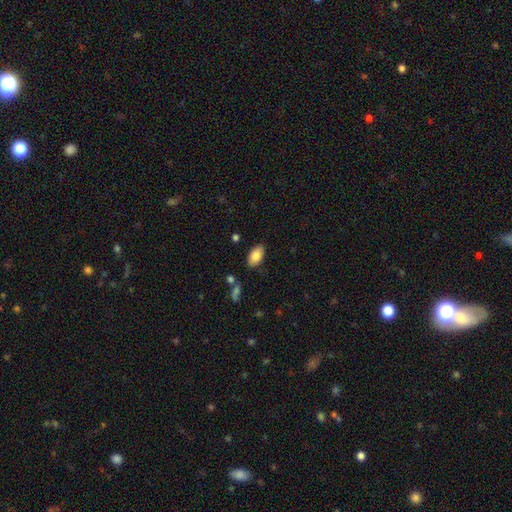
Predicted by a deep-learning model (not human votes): Smooth or featured? Predicted: smooth (p=0.83). How rounded? Predicted: in between (p=0.94). Merging? Predicted: none (p=0.84).